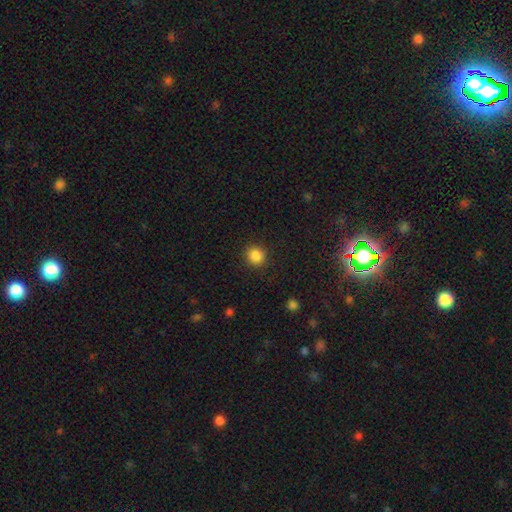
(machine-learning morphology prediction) smooth-or-featured: smooth: 86% | star or artifact: 10% | featured or disk: 3%
  how-rounded: round: 90% | in between: 9% | cigar-shaped: 1%
  merging: none: 91% | minor disturbance: 6% | major disturbance: 2% | merger: 1%